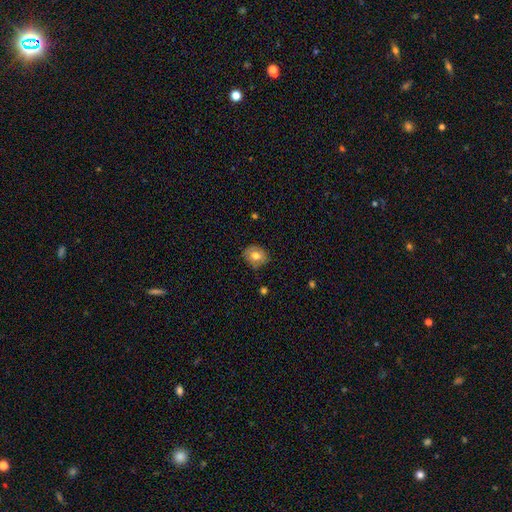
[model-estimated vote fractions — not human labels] Smooth or featured? smooth (74%)
How rounded? round (65%)
Merging? none (79%)